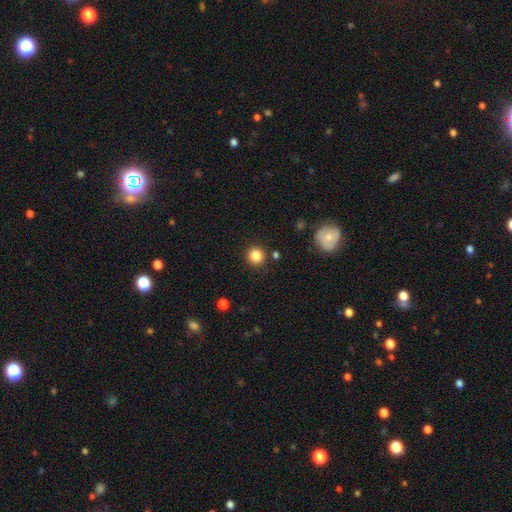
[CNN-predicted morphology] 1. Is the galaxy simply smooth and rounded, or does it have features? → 85% smooth, 11% star or artifact, 4% featured or disk.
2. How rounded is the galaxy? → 90% round, 9% in between, 1% cigar-shaped.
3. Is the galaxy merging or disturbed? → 88% none, 7% minor disturbance, 3% merger, 2% major disturbance.